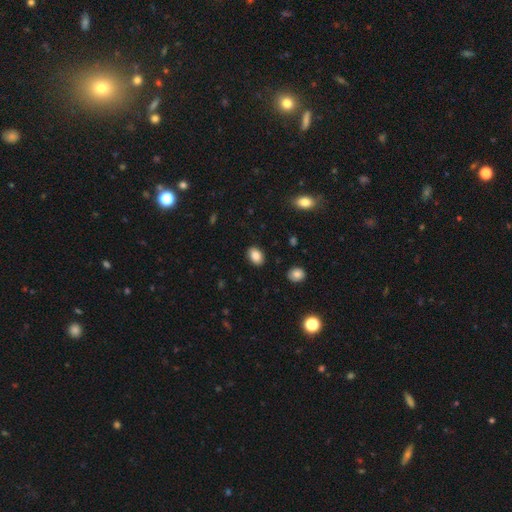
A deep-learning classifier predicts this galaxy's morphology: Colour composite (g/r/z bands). It shows a smooth galaxy with no disk features (87%) that is in between round and cigar-shaped (78%). Merging: none (88%).